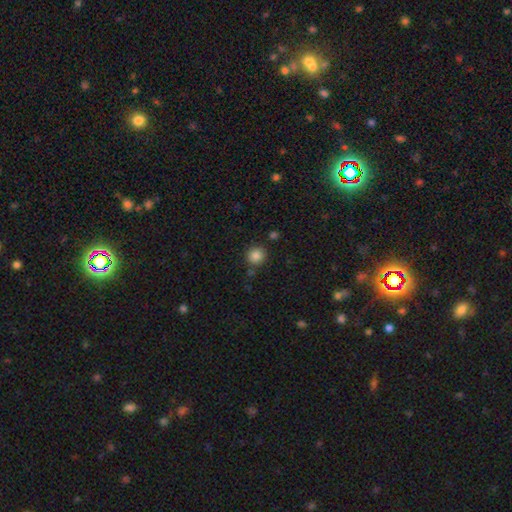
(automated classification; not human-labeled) A smooth galaxy with no disk features (85%) that is round (91%).

Vote fractions:
- Smooth or featured? smooth: 85% / star or artifact: 11% / featured or disk: 4%
- How rounded? round: 91% / in between: 9% / cigar-shaped: 1%
- Merging? none: 82% / minor disturbance: 9% / merger: 6% / major disturbance: 3%